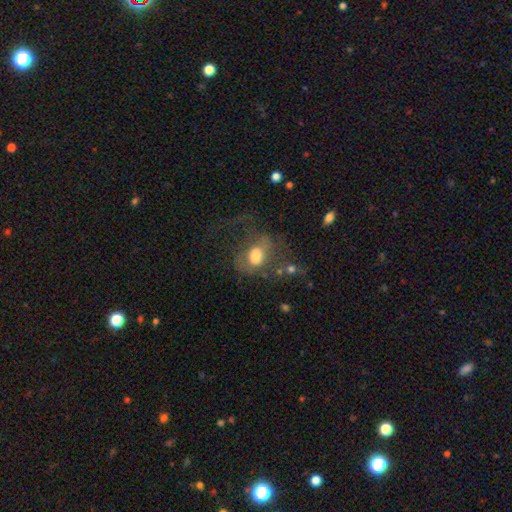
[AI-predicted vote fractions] The model was most divided on "smooth or featured": smooth: 47%, featured or disk: 42%, star or artifact: 11%. Remaining: merging — major disturbance (46%).